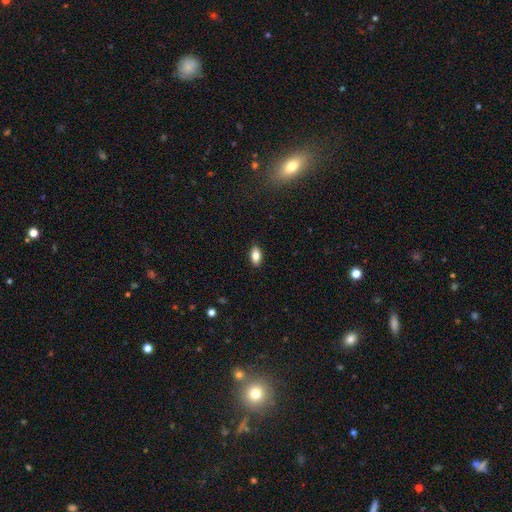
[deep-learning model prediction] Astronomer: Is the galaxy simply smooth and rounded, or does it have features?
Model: smooth — 83%.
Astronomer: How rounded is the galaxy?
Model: in between — 89%.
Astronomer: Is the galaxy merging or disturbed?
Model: none — 88%.